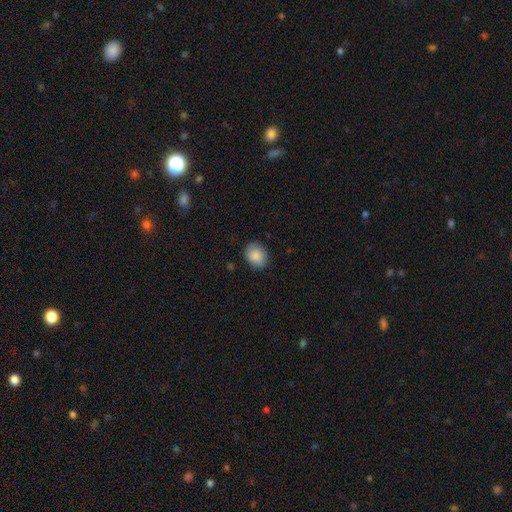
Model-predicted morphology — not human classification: Smooth or featured? Predicted: smooth (p=0.87). How rounded? Predicted: round (p=0.58). Merging? Predicted: none (p=0.83).